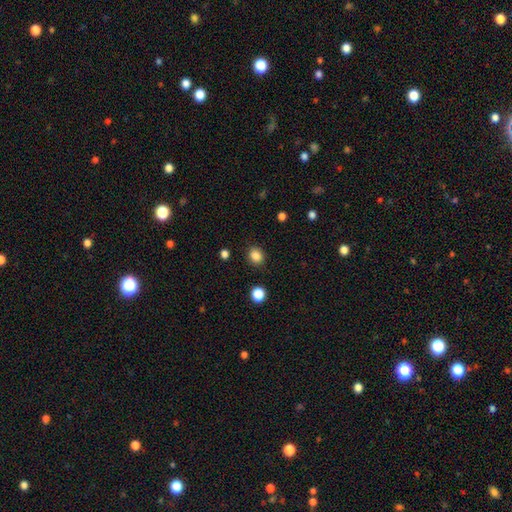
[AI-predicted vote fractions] Smooth or featured?
  - smooth: 85% *
  - star or artifact: 11%
  - featured or disk: 3%
How rounded?
  - round: 68% *
  - in between: 31%
  - cigar-shaped: 1%
Merging?
  - none: 87% *
  - minor disturbance: 8%
  - major disturbance: 3%
  - merger: 2%